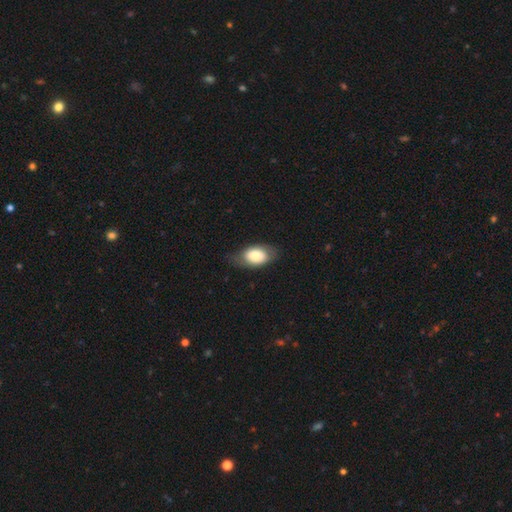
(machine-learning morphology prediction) Smooth or featured?
  - smooth: 75% *
  - featured or disk: 18%
  - star or artifact: 7%
How rounded?
  - in between: 88% *
  - round: 10%
  - cigar-shaped: 2%
Merging?
  - none: 72% *
  - minor disturbance: 21%
  - major disturbance: 6%
  - merger: 1%